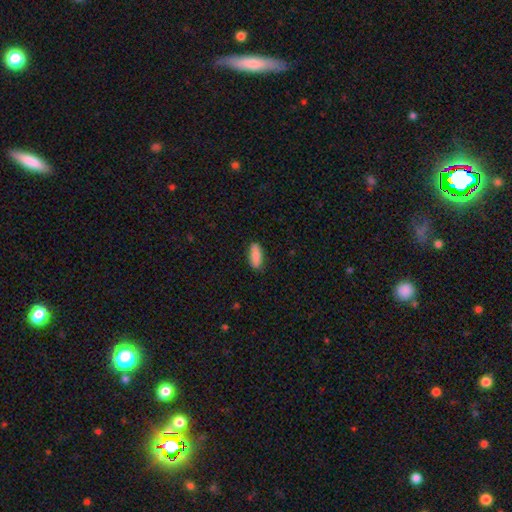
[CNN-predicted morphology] smooth-or-featured: smooth: 86% | featured or disk: 8% | star or artifact: 6%
  how-rounded: in between: 78% | cigar-shaped: 20% | round: 2%
  merging: none: 85% | minor disturbance: 12% | major disturbance: 2% | merger: 1%